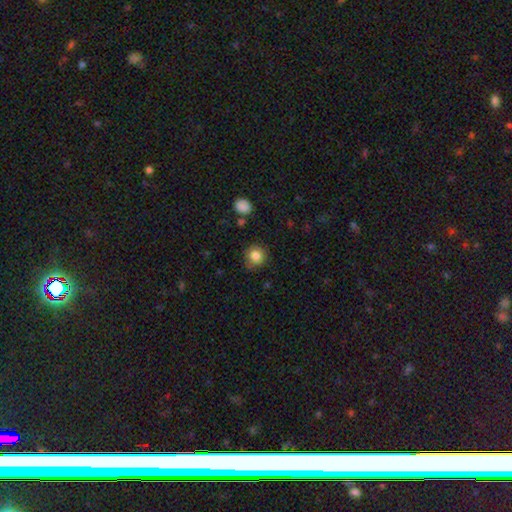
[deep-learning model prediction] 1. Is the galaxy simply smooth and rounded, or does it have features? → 83% smooth, 10% star or artifact, 6% featured or disk.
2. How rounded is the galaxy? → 90% round, 9% in between, 1% cigar-shaped.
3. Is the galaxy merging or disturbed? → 83% none, 12% minor disturbance, 3% major disturbance, 2% merger.